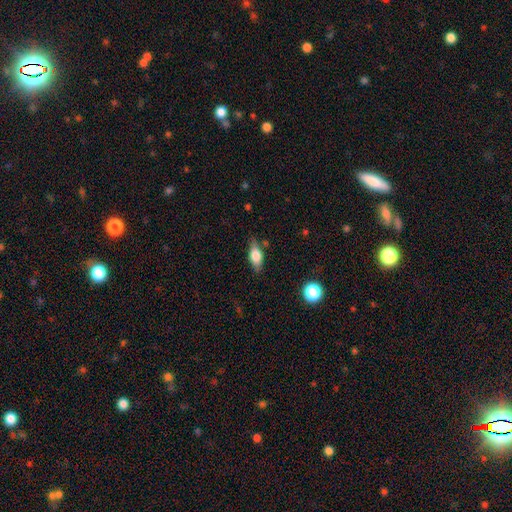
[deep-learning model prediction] A smooth galaxy with no disk features (70%) that is in between round and cigar-shaped (79%). Merging: none (76%).